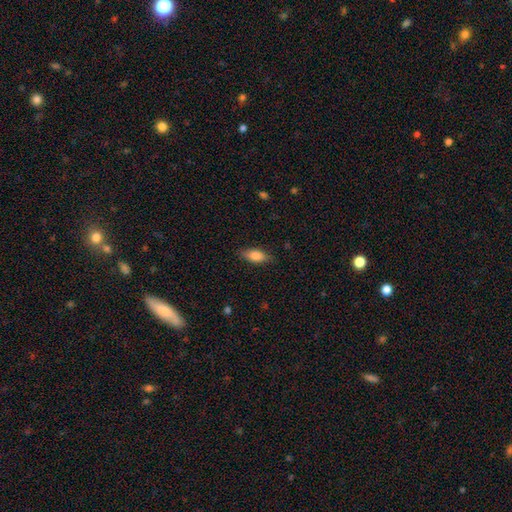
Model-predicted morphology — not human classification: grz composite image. It shows a smooth galaxy with no disk features (82%) that is in between round and cigar-shaped (82%). Merging: none (83%).